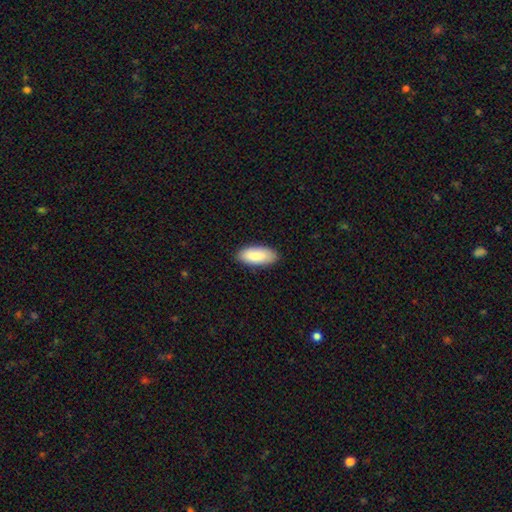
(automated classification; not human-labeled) A smooth galaxy with no disk features (89%) that is in between round and cigar-shaped (88%).

Vote fractions:
- Smooth or featured? smooth: 89% / featured or disk: 6% / star or artifact: 5%
- How rounded? in between: 88% / cigar-shaped: 10% / round: 2%
- Merging? none: 87% / minor disturbance: 10% / major disturbance: 2% / merger: 1%